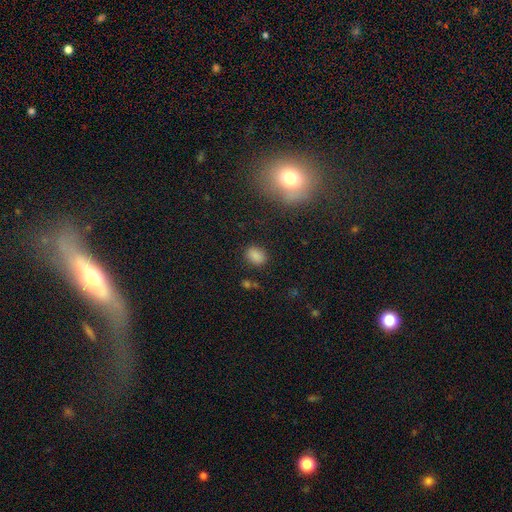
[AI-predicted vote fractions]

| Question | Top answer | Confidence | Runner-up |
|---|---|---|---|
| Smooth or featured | smooth | 83% | star or artifact (12%) |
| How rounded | in between | 67% | round (32%) |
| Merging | none | 84% | minor disturbance (10%) |